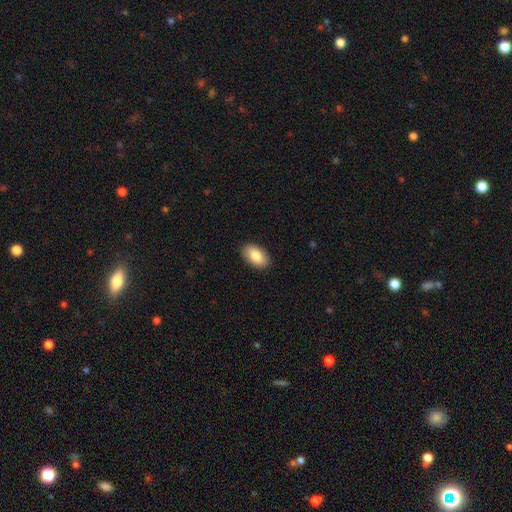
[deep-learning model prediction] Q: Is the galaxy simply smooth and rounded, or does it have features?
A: smooth — 84%.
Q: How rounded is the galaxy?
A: in between — 93%.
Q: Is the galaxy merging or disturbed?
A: none — 90%.